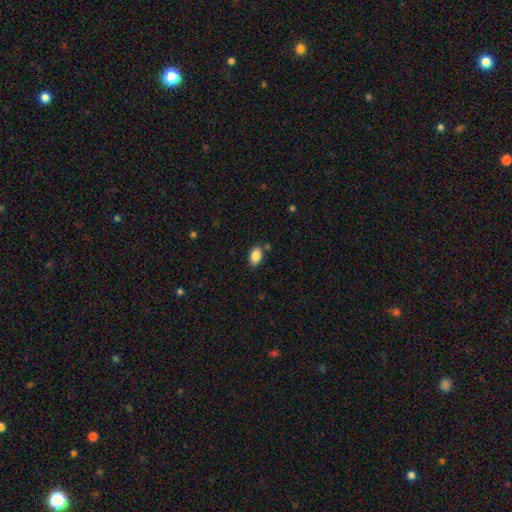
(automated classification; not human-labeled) A smooth galaxy with no disk features (87%) that is in between round and cigar-shaped (89%). Merging: none (80%).